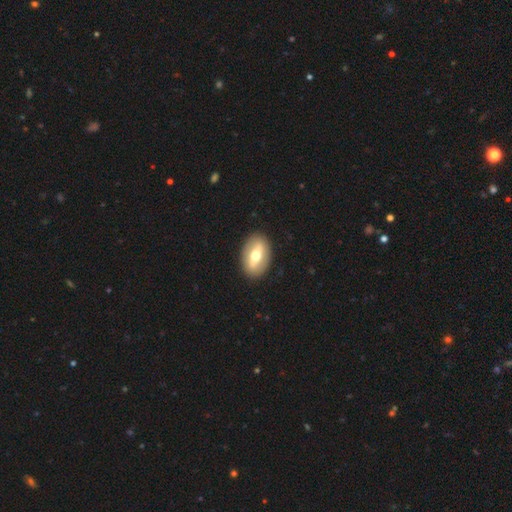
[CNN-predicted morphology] Smooth or featured? smooth (49%)
Merging? none (89%)